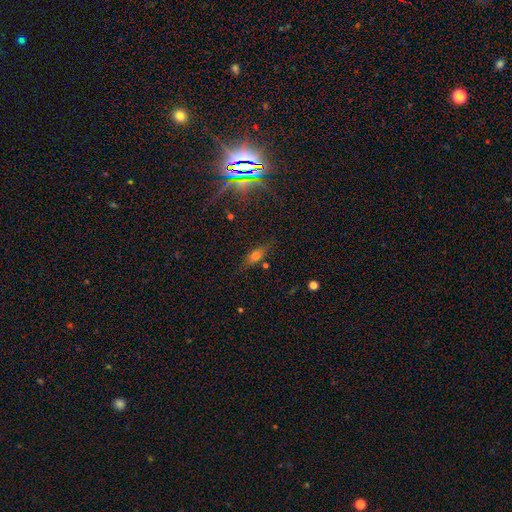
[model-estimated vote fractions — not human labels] This appears to be a smooth galaxy with no disk features (48%). Merging: none (74%).